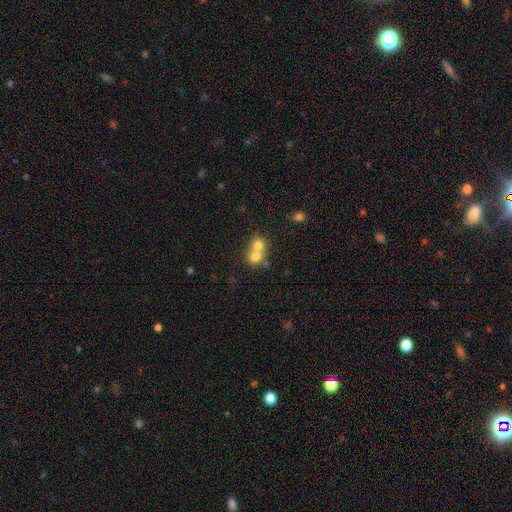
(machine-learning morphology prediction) smooth 73%, featured or disk 16%, star or artifact 10%. Down the decision tree: how rounded — round (76%); merging — merger (69%).